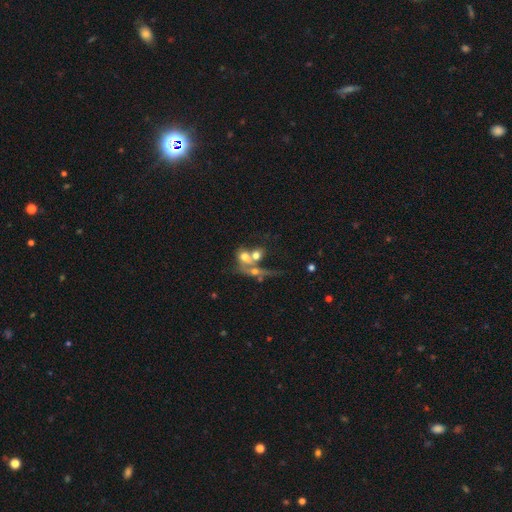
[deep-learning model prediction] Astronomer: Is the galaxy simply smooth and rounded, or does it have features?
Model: smooth — 50% (runner-up: featured or disk, 36%).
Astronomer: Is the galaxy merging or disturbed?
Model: merger — 61%.